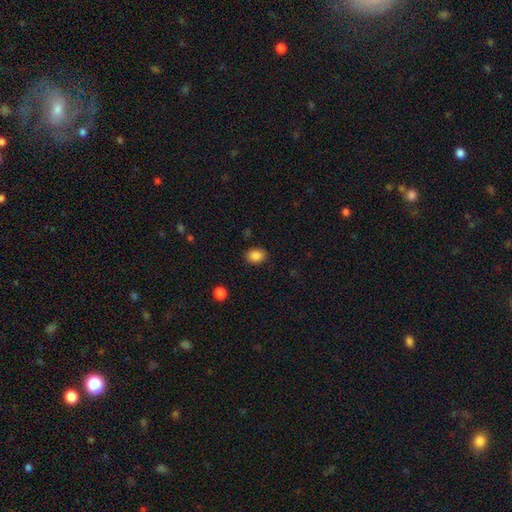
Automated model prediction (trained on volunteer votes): Smooth or featured? Predicted: smooth (p=0.87). How rounded? Predicted: in between (p=0.59). Merging? Predicted: none (p=0.87).